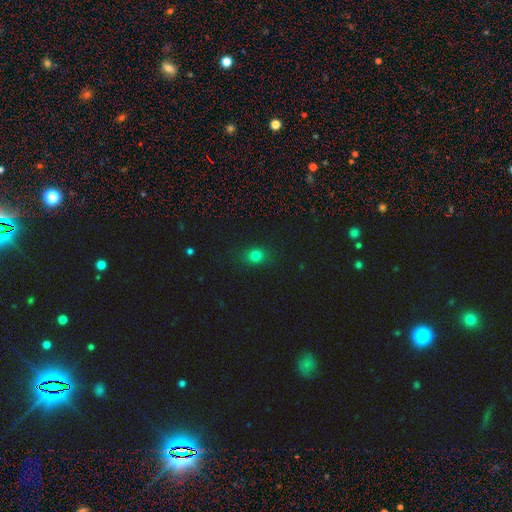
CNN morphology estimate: The model was most divided on "how rounded": round: 61%, in between: 38%, cigar-shaped: 1%. More confident: merging — none (86%); smooth or featured — smooth (77%).